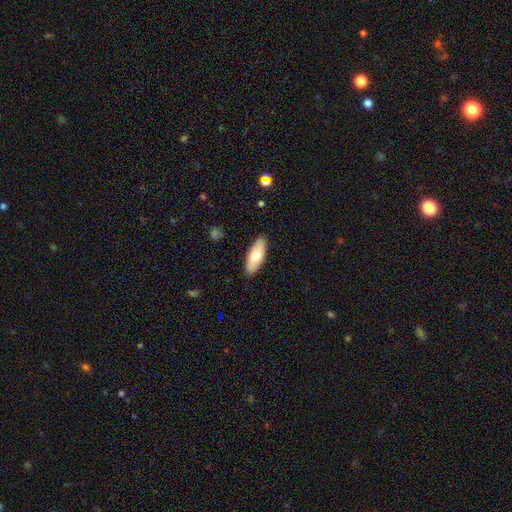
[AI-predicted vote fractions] This appears to be a smooth galaxy with no disk features (73%) that is in between round and cigar-shaped (71%). Merging: none (88%).